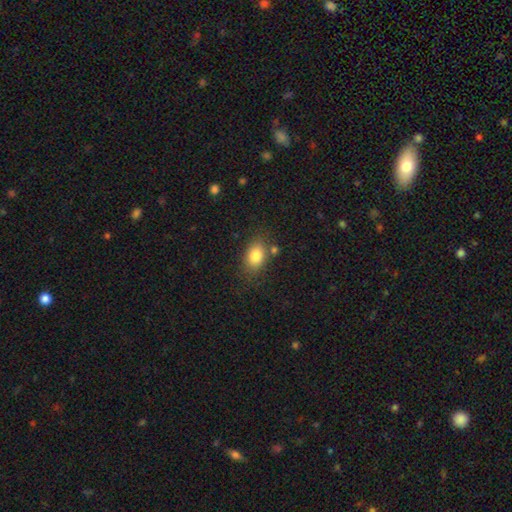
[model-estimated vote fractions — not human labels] smooth 82%, star or artifact 9%, featured or disk 9%. Down the decision tree: how rounded — in between (78%); merging — none (74%).